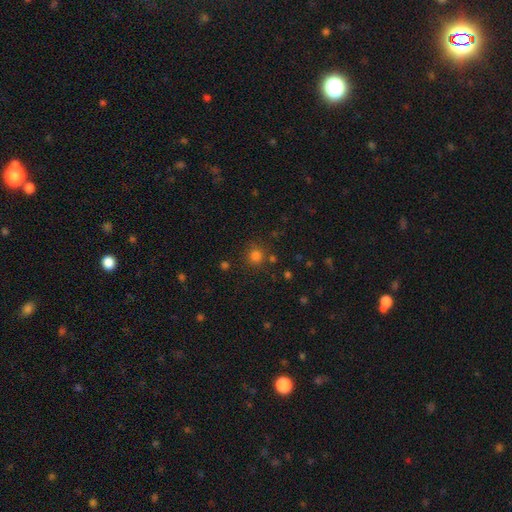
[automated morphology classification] smooth 79%, star or artifact 16%, featured or disk 5%. Down the decision tree: how rounded — round (91%); merging — none (81%).